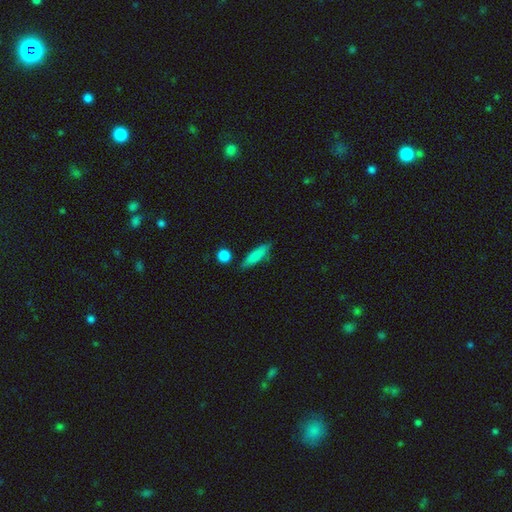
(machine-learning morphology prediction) type=smooth (80%); roundness=cigar-shaped (67%); merging=none (78%).